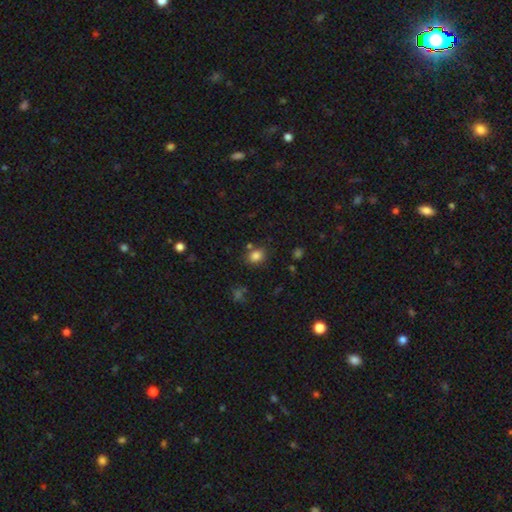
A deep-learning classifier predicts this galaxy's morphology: Smooth or featured? smooth (82%)
How rounded? round (58%)
Merging? none (76%)